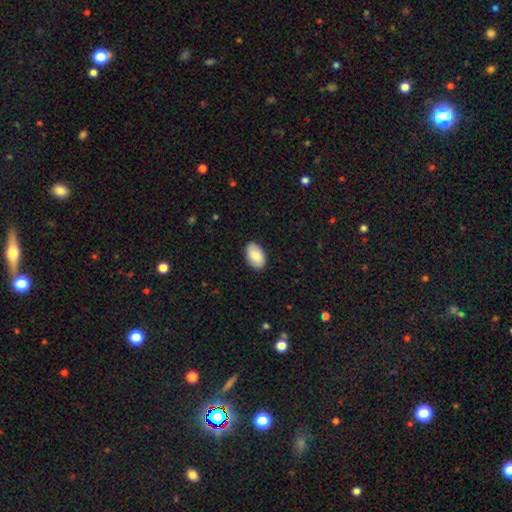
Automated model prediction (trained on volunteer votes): This appears to be a smooth galaxy with no disk features (83%) that is in between round and cigar-shaped (93%). Merging: none (87%).